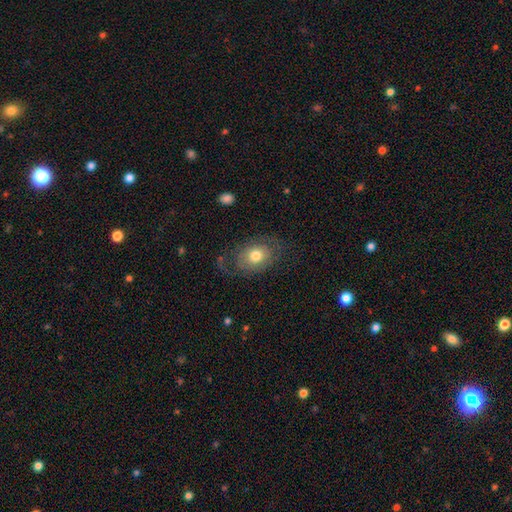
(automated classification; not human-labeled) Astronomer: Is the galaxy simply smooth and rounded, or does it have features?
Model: smooth — 57% (runner-up: featured or disk, 35%).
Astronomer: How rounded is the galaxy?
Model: in between — 71%.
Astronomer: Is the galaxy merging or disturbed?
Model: none — 64%.